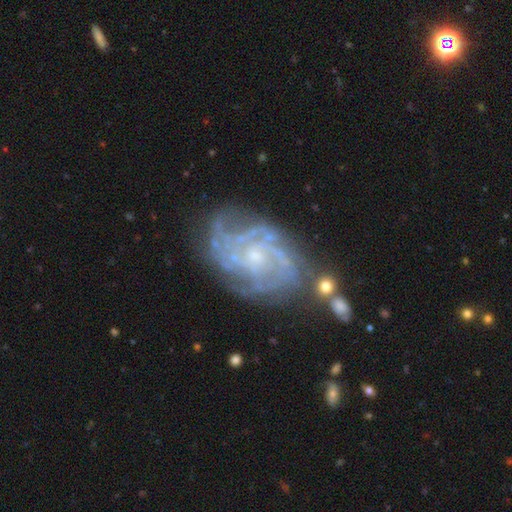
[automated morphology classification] This appears to be a featured or disk galaxy (86%) with no bar (69%), tight (60%) spiral arms (96%) and a small central bulge (71%). Merging: none (64%).